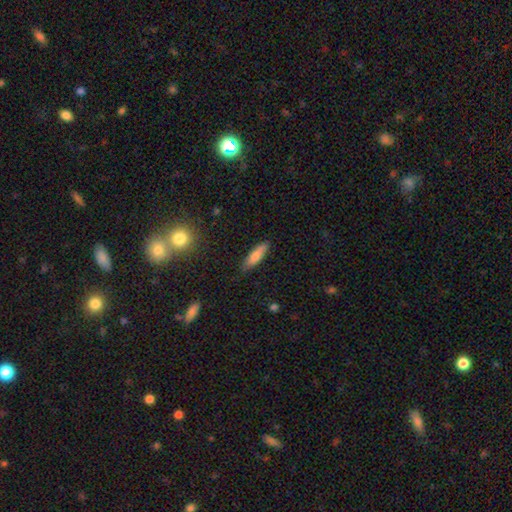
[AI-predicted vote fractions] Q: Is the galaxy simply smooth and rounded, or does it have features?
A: smooth — 79%.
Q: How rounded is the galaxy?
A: cigar-shaped — 65%.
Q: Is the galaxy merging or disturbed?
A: none — 82%.